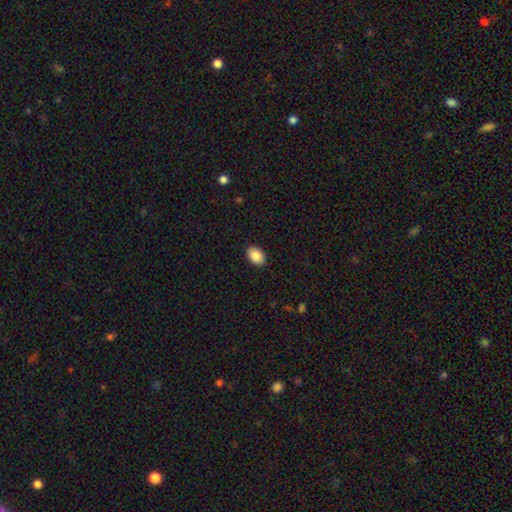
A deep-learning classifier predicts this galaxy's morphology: A smooth galaxy with no disk features (87%) that is in between round and cigar-shaped (86%). Merging: none (90%).